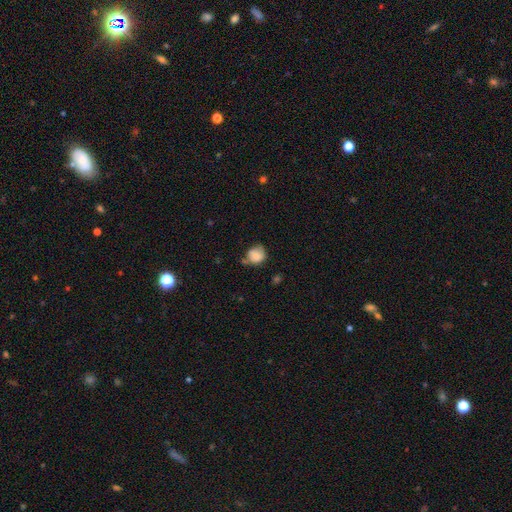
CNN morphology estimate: Q: Smooth or featured?
A: smooth (79%); runner-up: featured or disk (13%)
Q: How rounded?
A: round (74%); runner-up: in between (25%)
Q: Merging?
A: none (47%); runner-up: minor disturbance (33%)